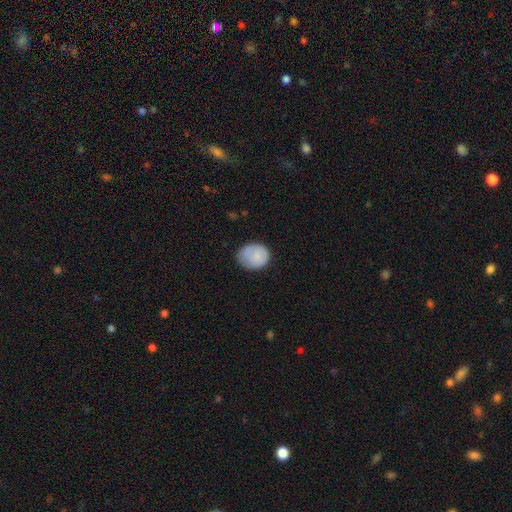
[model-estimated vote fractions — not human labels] smooth_or_featured: smooth (p=0.81) [alt: featured or disk p=0.12]
how_rounded: round (p=0.61) [alt: in between p=0.38]
merging: none (p=0.63) [alt: minor disturbance p=0.29]